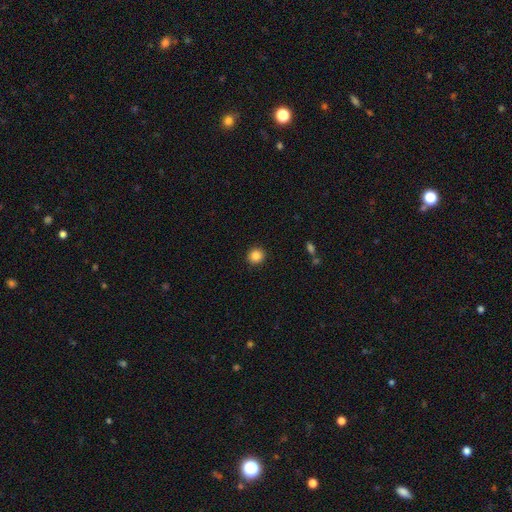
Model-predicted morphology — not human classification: smooth 86%, star or artifact 10%, featured or disk 4%. Down the decision tree: how rounded — round (92%); merging — none (92%).